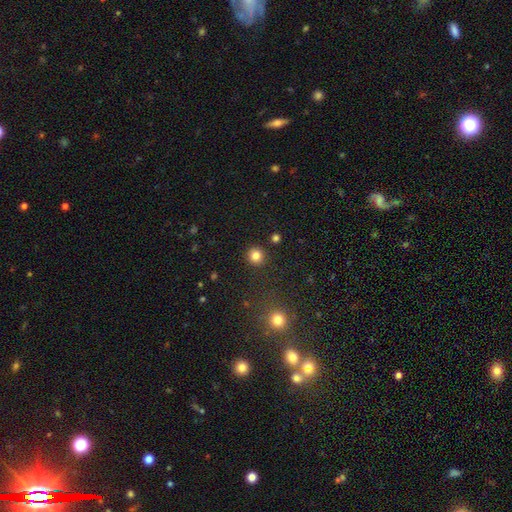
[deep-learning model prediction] Q: Smooth or featured?
A: smooth (83%); runner-up: star or artifact (13%)
Q: How rounded?
A: round (93%); runner-up: in between (6%)
Q: Merging?
A: none (91%); runner-up: minor disturbance (5%)